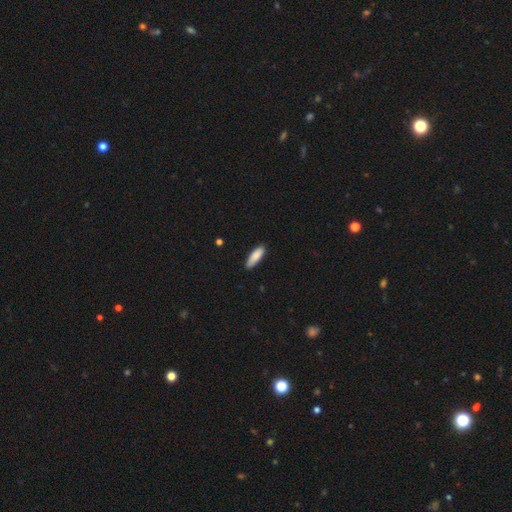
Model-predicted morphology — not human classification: smooth 86%, featured or disk 8%, star or artifact 6%. Down the decision tree: how rounded — in between (52%); merging — none (84%).